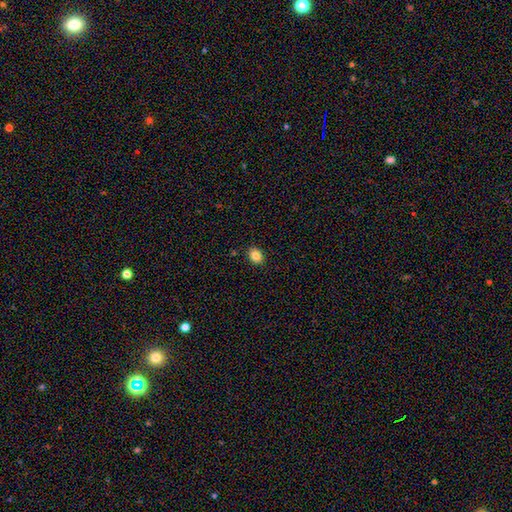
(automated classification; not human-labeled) Overall: smooth (86%). How rounded: in between (61%; round 38%). Merging: none (90%).